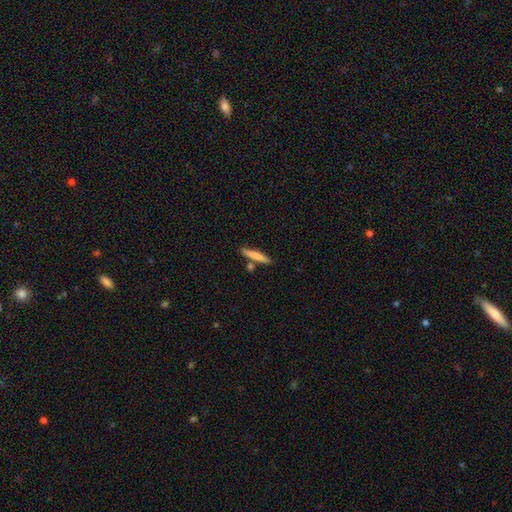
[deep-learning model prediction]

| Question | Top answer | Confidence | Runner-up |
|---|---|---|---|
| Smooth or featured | smooth | 77% | featured or disk (17%) |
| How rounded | cigar-shaped | 91% | in between (8%) |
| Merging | none | 79% | minor disturbance (9%) |